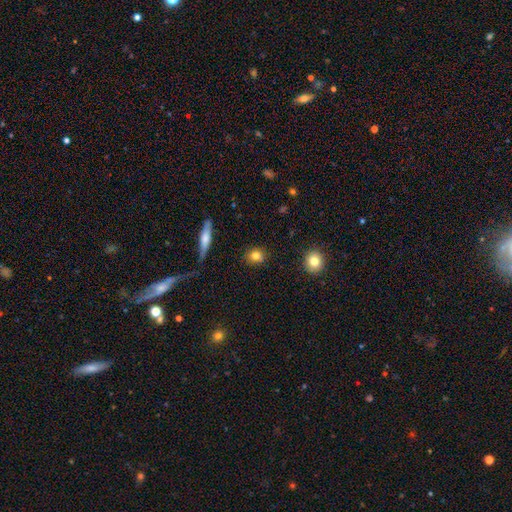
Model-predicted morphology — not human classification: smooth 81%, star or artifact 10%, featured or disk 9%. Down the decision tree: how rounded — round (72%); merging — none (87%).